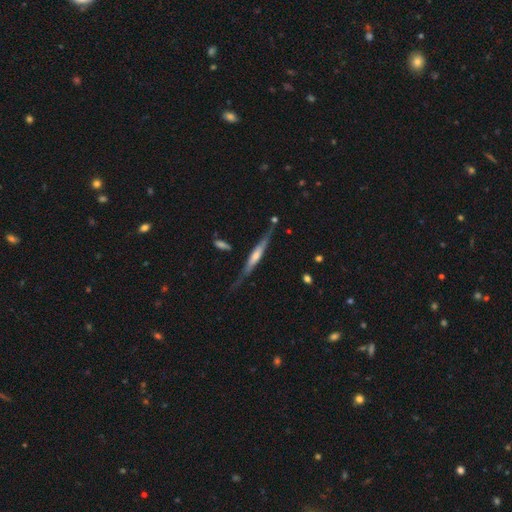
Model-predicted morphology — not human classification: Q: Smooth or featured?
A: featured or disk (75%); runner-up: smooth (19%)
Q: Edge-on disk?
A: yes (94%); runner-up: no (6%)
Q: Edge-on bulge?
A: rounded (48%); runner-up: boxy (30%)
Q: Merging?
A: none (71%); runner-up: minor disturbance (19%)